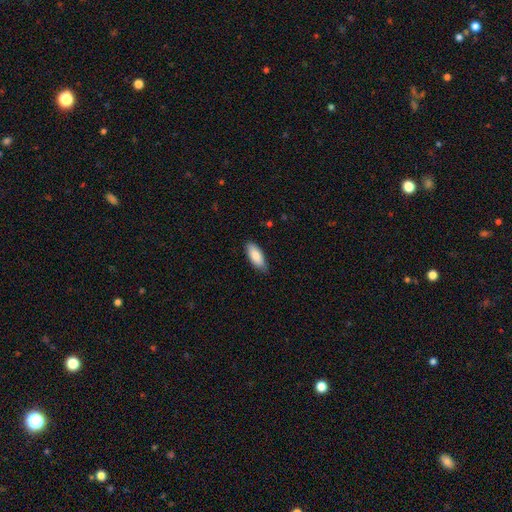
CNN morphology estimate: Smooth or featured? smooth (85%)
How rounded? in between (79%)
Merging? none (82%)